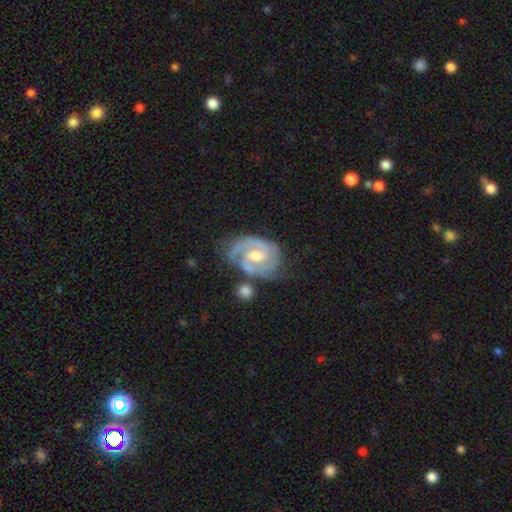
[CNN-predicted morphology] A featured or disk galaxy (89%) with a weak bar (51%), 2 (71%) tight (63%) spiral arms (97%) and a moderate central bulge (71%).

Vote fractions:
- Smooth or featured? featured or disk: 89% / smooth: 6% / star or artifact: 4%
- Edge-on disk? no: 97% / yes: 3%
- Bar? weak: 51% / no: 30% / strong: 19%
- Spiral arms? yes: 97% / no: 3%
- Spiral winding? tight: 63% / medium: 32% / loose: 5%
- Spiral arm count? 2: 71% / 3: 14% / can't tell: 8% / 1: 3% / 4: 2% / more than 4: 2%
- Bulge size? moderate: 71% / small: 21% / large: 5% / none: 2% / dominant: 1%
- Merging? none: 62% / minor disturbance: 21% / merger: 9% / major disturbance: 8%